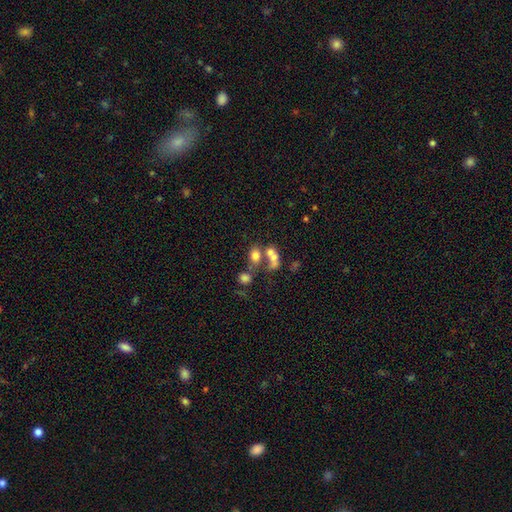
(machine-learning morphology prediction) smooth_or_featured: smooth (p=0.69) [alt: featured or disk p=0.18]
how_rounded: in between (p=0.67) [alt: round p=0.31]
merging: merger (p=0.47) [alt: none p=0.34]